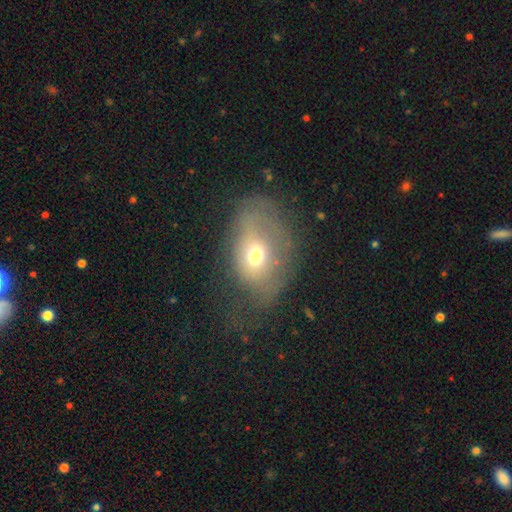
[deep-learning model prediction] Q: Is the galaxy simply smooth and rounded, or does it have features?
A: smooth — 58%.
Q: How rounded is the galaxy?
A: in between — 65%.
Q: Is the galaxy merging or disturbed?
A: major disturbance — 37%.